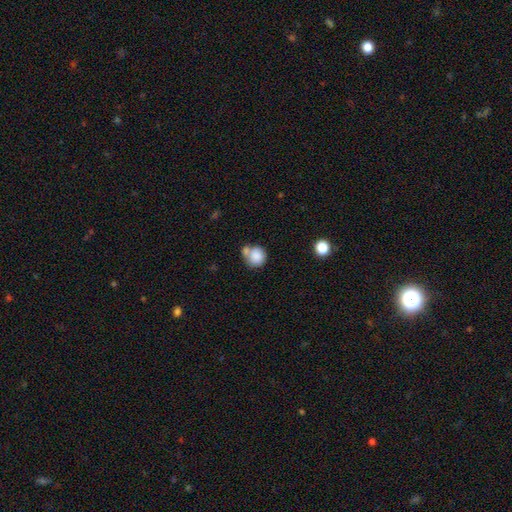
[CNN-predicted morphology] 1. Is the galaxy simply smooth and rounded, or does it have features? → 84% smooth, 8% star or artifact, 8% featured or disk.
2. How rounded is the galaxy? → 87% round, 12% in between, 1% cigar-shaped.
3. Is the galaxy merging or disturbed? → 45% none, 36% merger, 13% minor disturbance, 6% major disturbance.